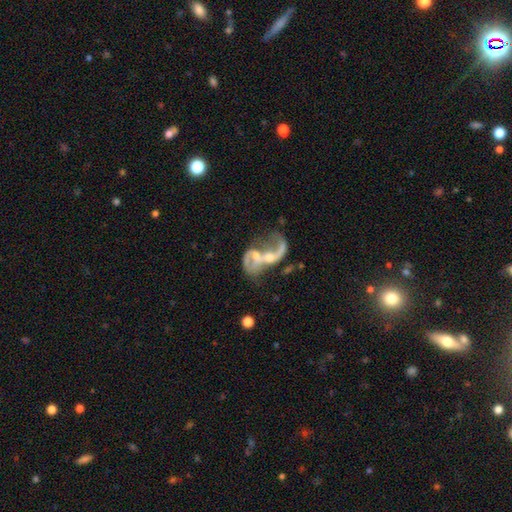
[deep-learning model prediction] Smooth or featured?
  - featured or disk: 77% *
  - smooth: 15%
  - star or artifact: 8%
Edge-on disk?
  - no: 97% *
  - yes: 3%
Bar?
  - no: 55% *
  - weak: 32%
  - strong: 13%
Spiral arms?
  - yes: 73% *
  - no: 27%
Spiral winding?
  - loose: 76% *
  - medium: 19%
  - tight: 5%
Spiral arm count?
  - 2: 61% *
  - 1: 26%
  - can't tell: 9%
  - 3: 2%
  - 4: 1%
  - more than 4: 1%
Bulge size?
  - moderate: 47% *
  - small: 33%
  - none: 14%
  - large: 5%
  - dominant: 2%
Merging?
  - merger: 56% *
  - major disturbance: 21%
  - none: 15%
  - minor disturbance: 8%